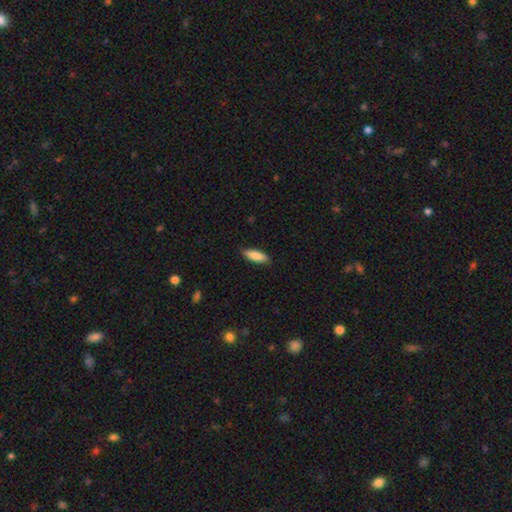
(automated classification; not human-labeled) This is clearly a smooth galaxy (85%). How rounded: possibly in between (58%). Merging: clearly none (86%).